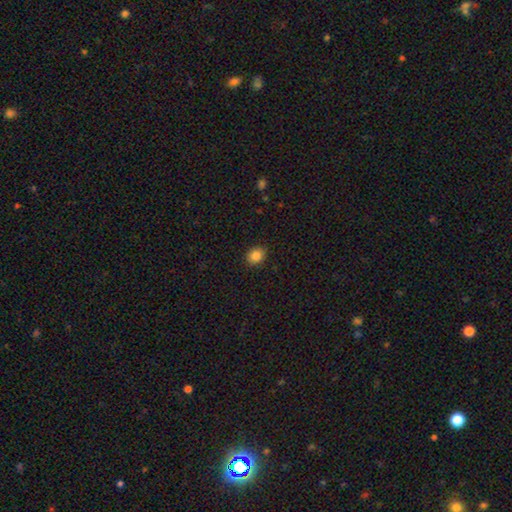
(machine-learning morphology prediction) smooth-or-featured: smooth: 86% | star or artifact: 10% | featured or disk: 4%
  how-rounded: round: 59% | in between: 40% | cigar-shaped: 1%
  merging: none: 88% | minor disturbance: 9% | major disturbance: 2% | merger: 1%